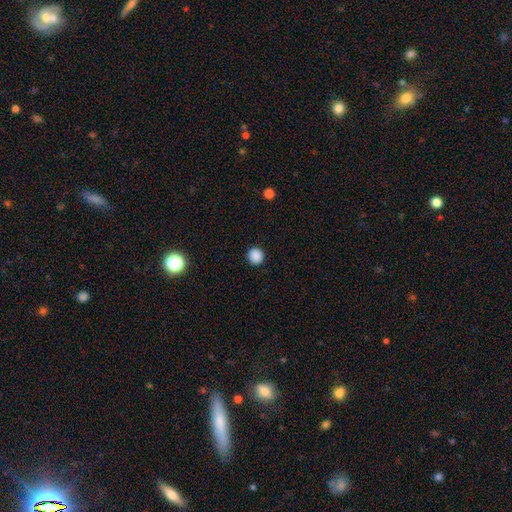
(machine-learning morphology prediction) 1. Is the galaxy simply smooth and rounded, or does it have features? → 88% smooth, 10% star or artifact, 2% featured or disk.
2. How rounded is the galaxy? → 92% round, 7% in between, 1% cigar-shaped.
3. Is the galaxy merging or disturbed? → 92% none, 5% minor disturbance, 2% major disturbance, 1% merger.